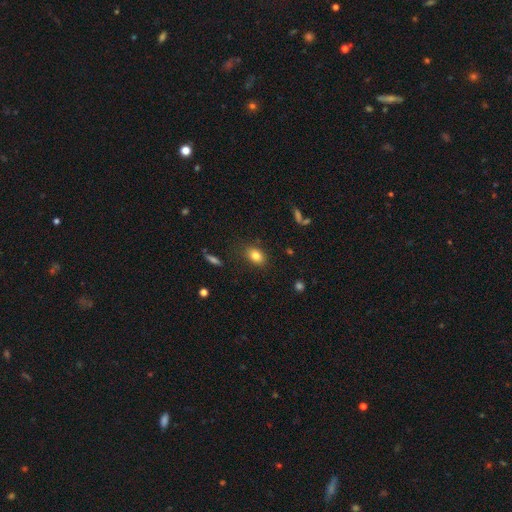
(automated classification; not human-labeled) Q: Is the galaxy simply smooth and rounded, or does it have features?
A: smooth — 82%.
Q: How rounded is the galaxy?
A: in between — 80%.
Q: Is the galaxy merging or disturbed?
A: none — 84%.